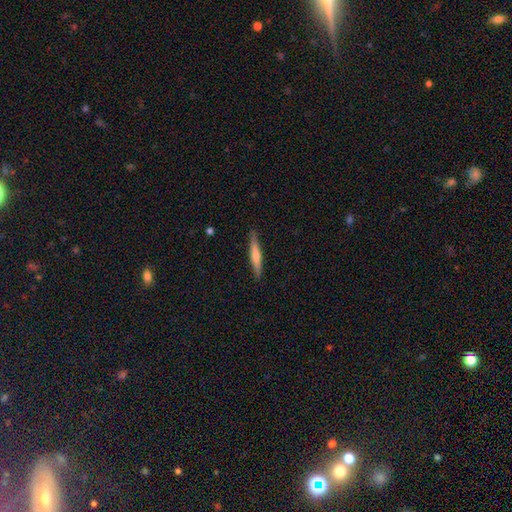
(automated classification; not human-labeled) Morphology: type=smooth (54%); roundness=cigar-shaped (94%); merging=none (89%).